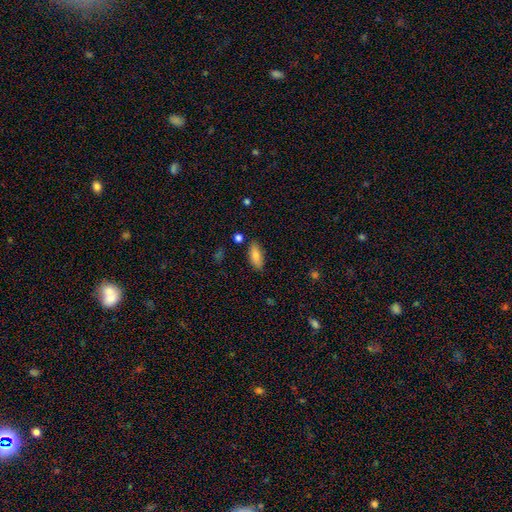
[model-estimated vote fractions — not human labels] Smooth or featured: smooth — 81% (featured or disk — 12%)
How rounded: in between — 81% (cigar-shaped — 16%)
Merging: none — 83% (minor disturbance — 12%)